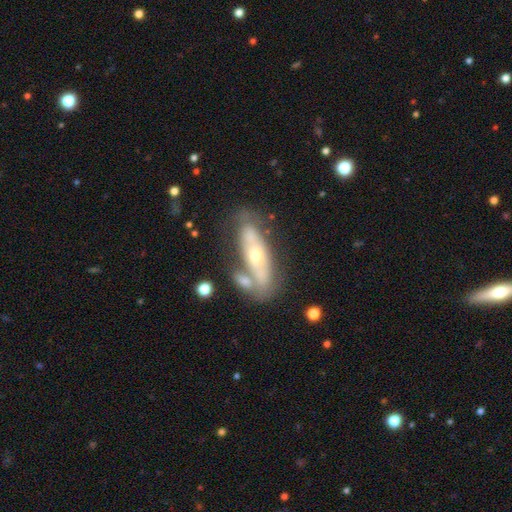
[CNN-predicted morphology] Smooth or featured? Predicted: featured or disk (p=0.57). Edge-on disk? Predicted: no (p=0.65). Merging? Predicted: none (p=0.54).